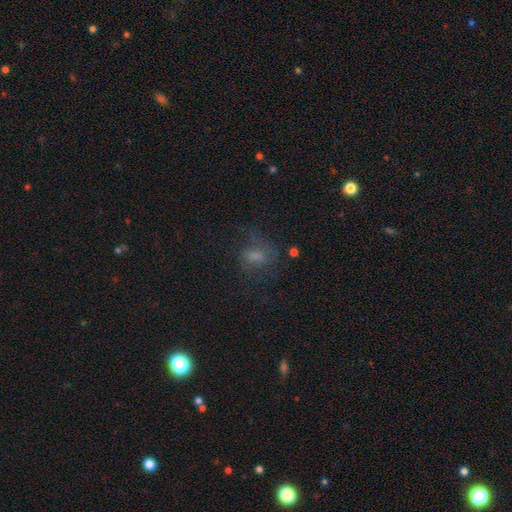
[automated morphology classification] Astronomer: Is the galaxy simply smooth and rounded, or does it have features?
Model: smooth — 36% (runner-up: featured or disk, 35%).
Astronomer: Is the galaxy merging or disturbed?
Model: none — 57%.